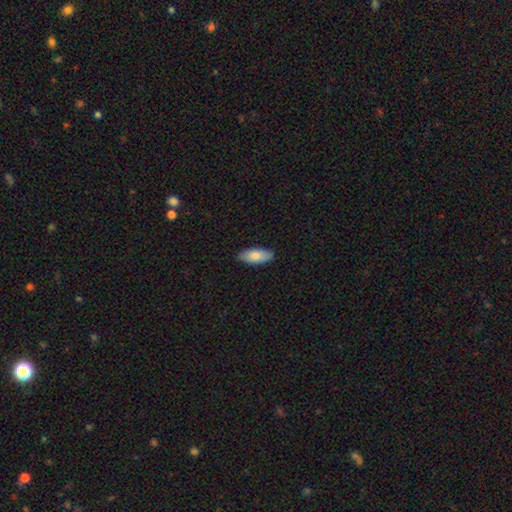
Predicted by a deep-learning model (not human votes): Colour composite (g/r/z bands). It shows a smooth galaxy with no disk features (82%) that is in between round and cigar-shaped (84%). Merging: none (88%).